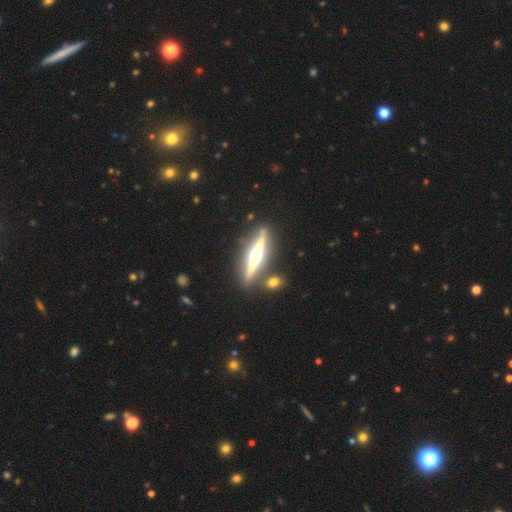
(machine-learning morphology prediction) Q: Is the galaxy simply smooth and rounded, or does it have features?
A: featured or disk — 79%.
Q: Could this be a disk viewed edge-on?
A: yes — 97%.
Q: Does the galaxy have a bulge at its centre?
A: rounded — 94%.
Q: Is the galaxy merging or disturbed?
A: none — 84%.